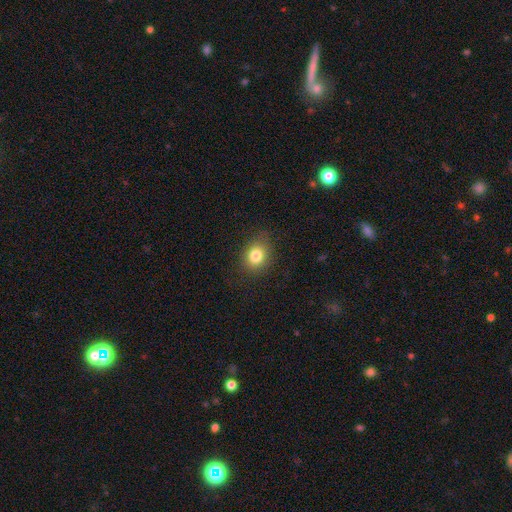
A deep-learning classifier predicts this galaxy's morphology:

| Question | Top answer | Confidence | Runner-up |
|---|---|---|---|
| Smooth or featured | smooth | 81% | star or artifact (11%) |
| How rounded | round | 58% | in between (41%) |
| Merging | none | 83% | minor disturbance (12%) |